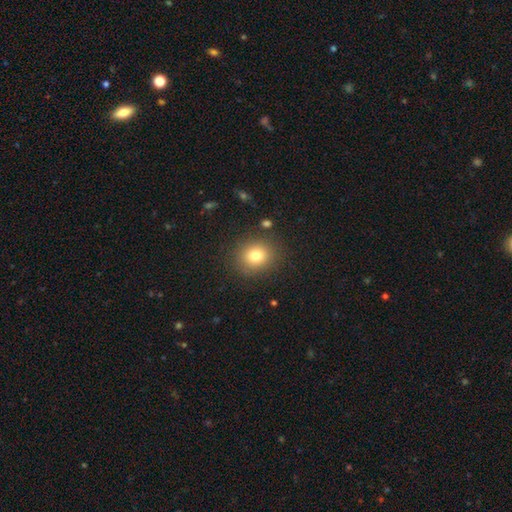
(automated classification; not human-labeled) A smooth galaxy with no disk features (79%) that is round (80%).

Vote fractions:
- Smooth or featured? smooth: 79% / star or artifact: 12% / featured or disk: 9%
- How rounded? round: 80% / in between: 19% / cigar-shaped: 1%
- Merging? none: 87% / minor disturbance: 8% / major disturbance: 3% / merger: 2%